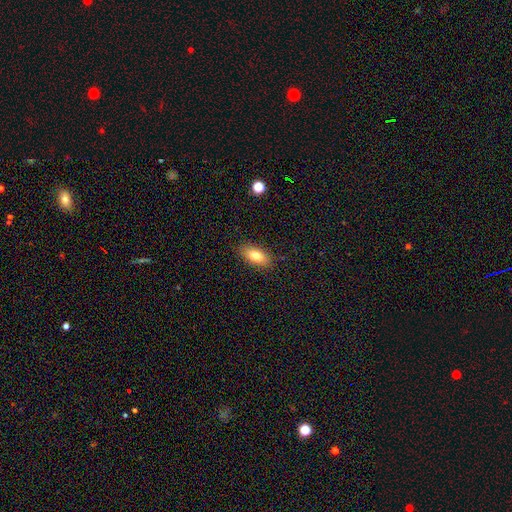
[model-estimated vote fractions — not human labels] smooth_or_featured: smooth (p=0.77) [alt: featured or disk p=0.15]
how_rounded: in between (p=0.86) [alt: cigar-shaped p=0.09]
merging: none (p=0.87) [alt: minor disturbance p=0.10]